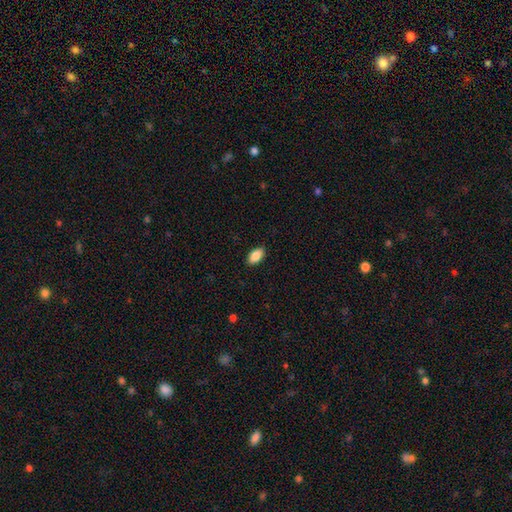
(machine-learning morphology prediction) Smooth or featured: smooth — 86% (star or artifact — 7%)
How rounded: in between — 93% (round — 4%)
Merging: none — 88% (minor disturbance — 9%)